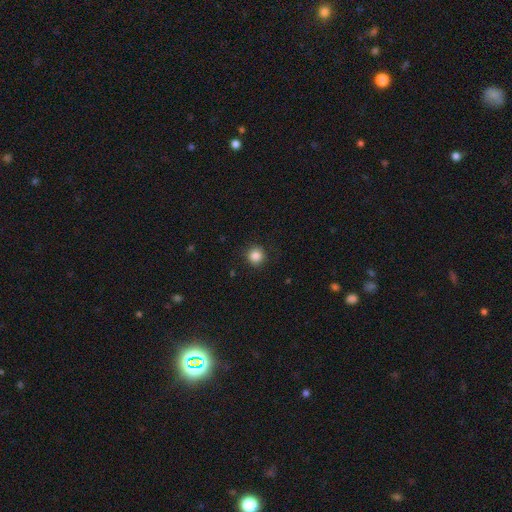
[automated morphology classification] The model was most divided on "smooth or featured": smooth: 85%, star or artifact: 11%, featured or disk: 4%. More confident: how rounded — round (94%); merging — none (90%).